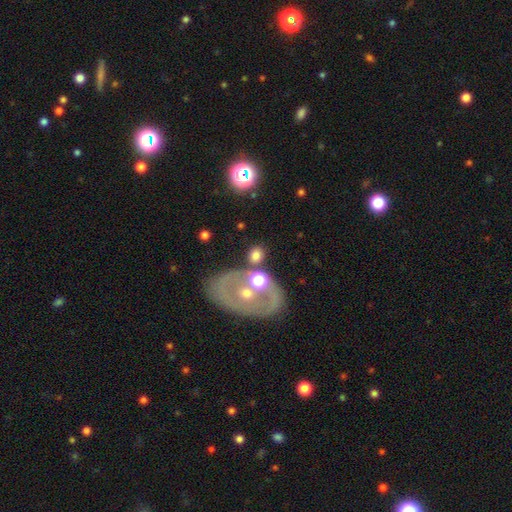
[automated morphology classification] smooth-or-featured: smooth: 64% | featured or disk: 25% | star or artifact: 11%
  how-rounded: round: 59% | in between: 40% | cigar-shaped: 1%
  merging: none: 56% | merger: 25% | minor disturbance: 12% | major disturbance: 8%